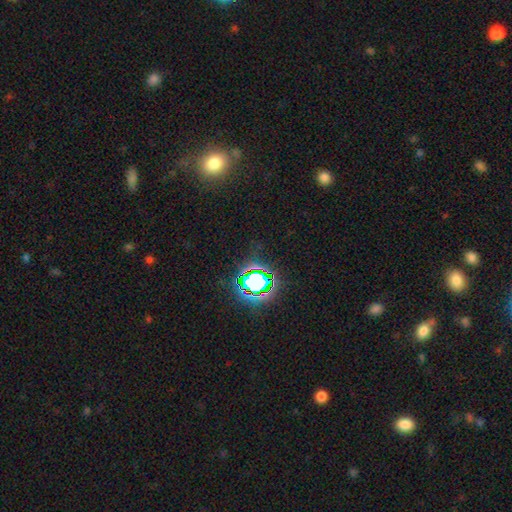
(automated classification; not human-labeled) Smooth or featured: star or artifact — 73% (smooth — 18%)